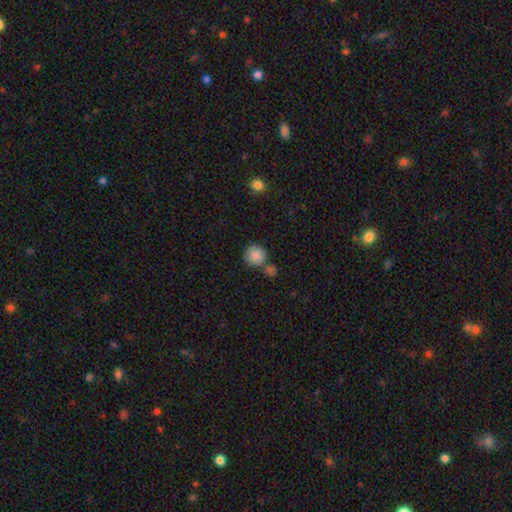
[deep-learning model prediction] The model was most divided on "merging": none: 60%, merger: 25%, minor disturbance: 11%, major disturbance: 4%. More confident: how rounded — round (91%); smooth or featured — smooth (87%).